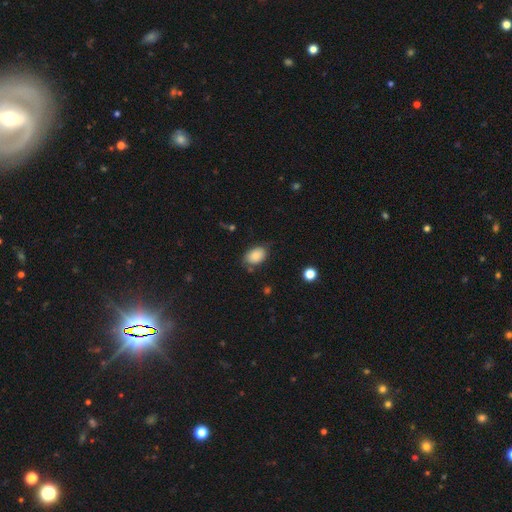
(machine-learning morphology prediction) A smooth galaxy with no disk features (86%) that is in between round and cigar-shaped (86%).

Vote fractions:
- Smooth or featured? smooth: 86% / star or artifact: 8% / featured or disk: 6%
- How rounded? in between: 86% / round: 13% / cigar-shaped: 1%
- Merging? none: 74% / minor disturbance: 19% / major disturbance: 4% / merger: 3%